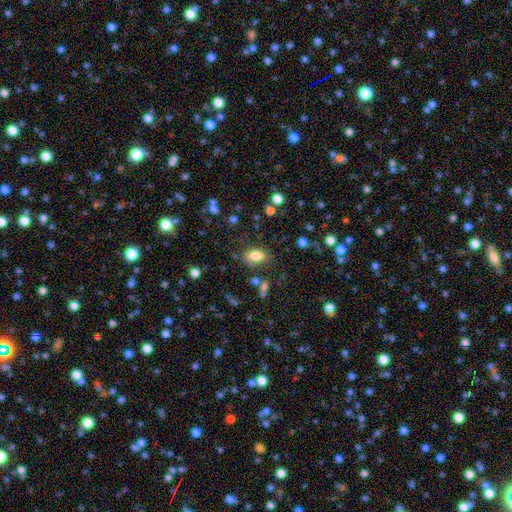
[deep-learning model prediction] Overall: smooth (82%). How rounded: in between (88%). Merging: none (77%).